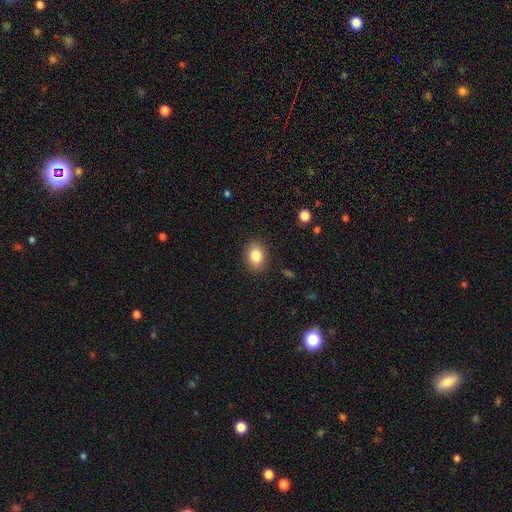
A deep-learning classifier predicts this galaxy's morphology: Q: Smooth or featured?
A: smooth (85%); runner-up: star or artifact (9%)
Q: How rounded?
A: in between (66%); runner-up: round (33%)
Q: Merging?
A: none (87%); runner-up: minor disturbance (9%)